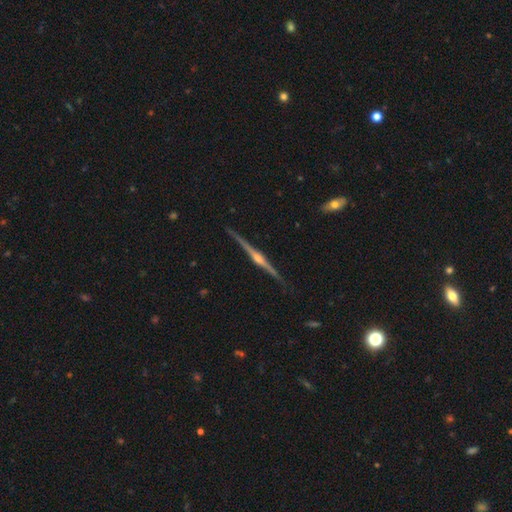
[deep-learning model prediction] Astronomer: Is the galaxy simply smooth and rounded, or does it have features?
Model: featured or disk — 88%.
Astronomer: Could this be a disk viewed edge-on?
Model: yes — 99%.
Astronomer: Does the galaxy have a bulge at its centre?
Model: rounded — 90%.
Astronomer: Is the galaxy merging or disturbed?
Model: none — 88%.